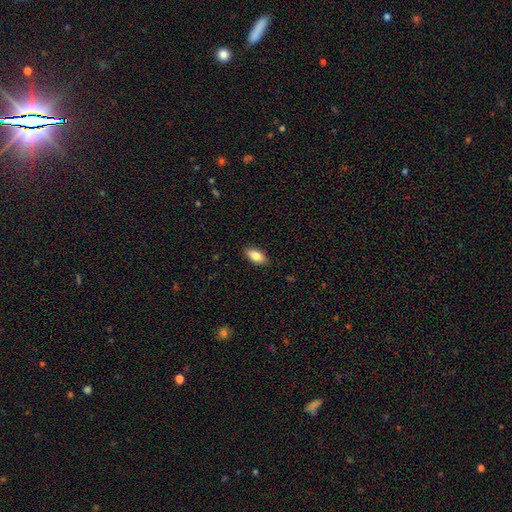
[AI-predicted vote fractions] Morphology: type=smooth (84%); roundness=in between (90%); merging=none (88%).